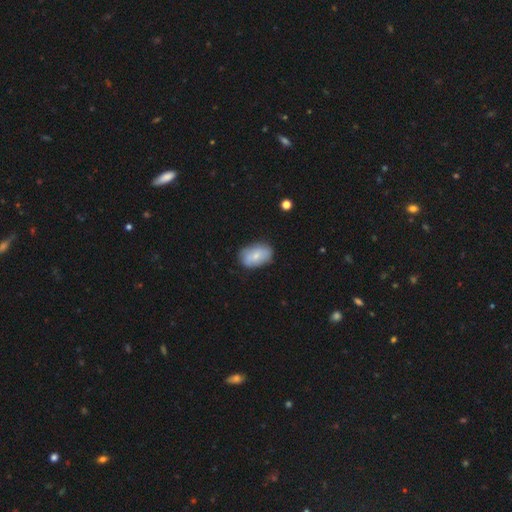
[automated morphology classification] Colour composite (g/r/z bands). It shows a smooth galaxy with no disk features (71%) that is in between round and cigar-shaped (90%). Merging: none (75%).